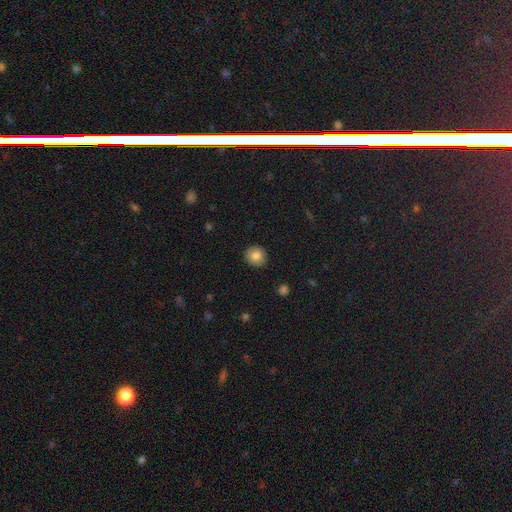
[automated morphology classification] smooth 82%, featured or disk 10%, star or artifact 9%. Down the decision tree: how rounded — round (90%); merging — none (90%).